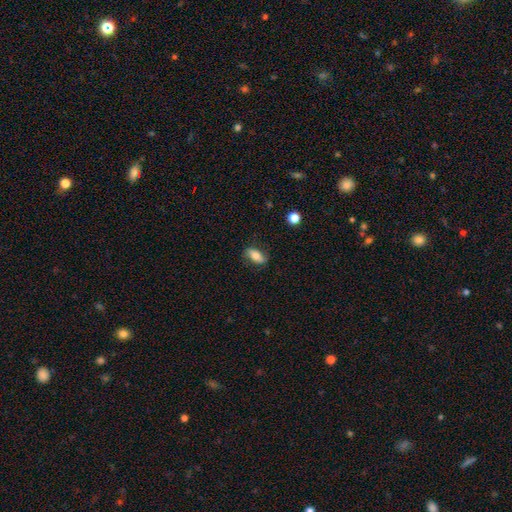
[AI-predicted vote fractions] Smooth or featured?
  - smooth: 66% *
  - featured or disk: 26%
  - star or artifact: 8%
How rounded?
  - in between: 83% *
  - cigar-shaped: 12%
  - round: 5%
Merging?
  - none: 76% *
  - minor disturbance: 18%
  - major disturbance: 5%
  - merger: 1%